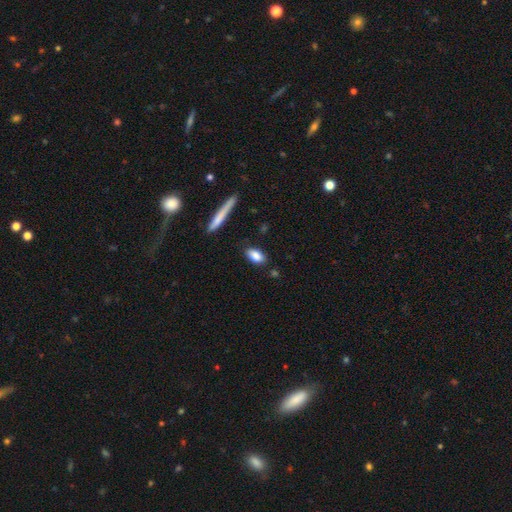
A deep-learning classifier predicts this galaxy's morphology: Q: Smooth or featured?
A: smooth (85%); runner-up: featured or disk (8%)
Q: How rounded?
A: in between (86%); runner-up: cigar-shaped (9%)
Q: Merging?
A: none (83%); runner-up: minor disturbance (11%)